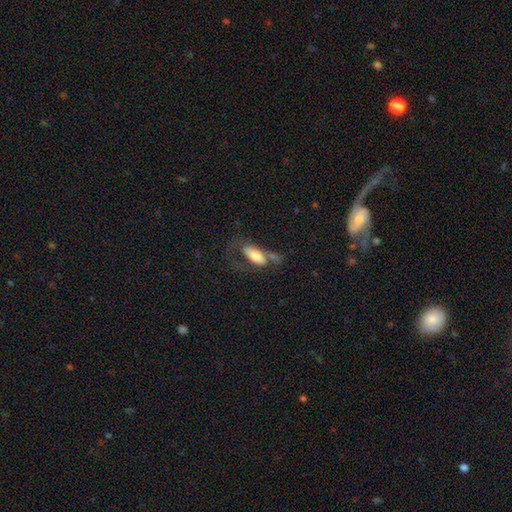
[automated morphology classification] A smooth galaxy with no disk features (67%) that is in between round and cigar-shaped (83%). Merging: none (34%).